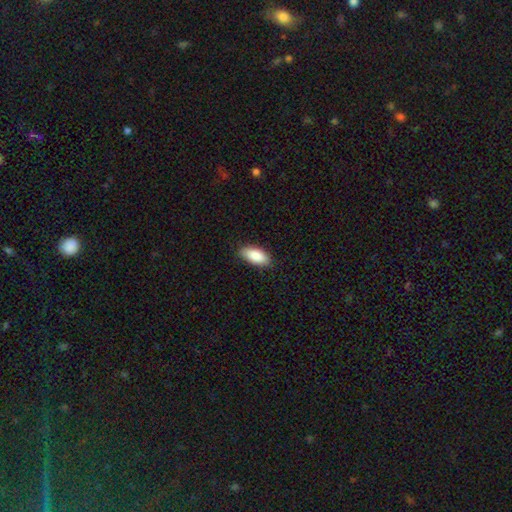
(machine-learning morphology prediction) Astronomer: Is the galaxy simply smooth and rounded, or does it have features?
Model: smooth — 89%.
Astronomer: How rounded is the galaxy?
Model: in between — 90%.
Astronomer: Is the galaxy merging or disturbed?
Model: none — 85%.